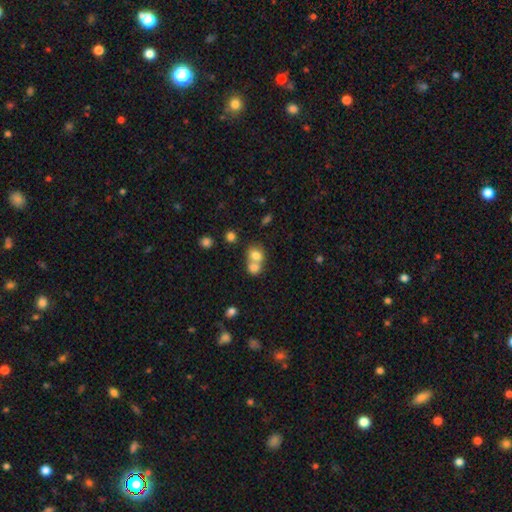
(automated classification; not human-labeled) Overall: smooth (75%). How rounded: round (56%; in between 43%). Merging: merger (64%; none 27%).